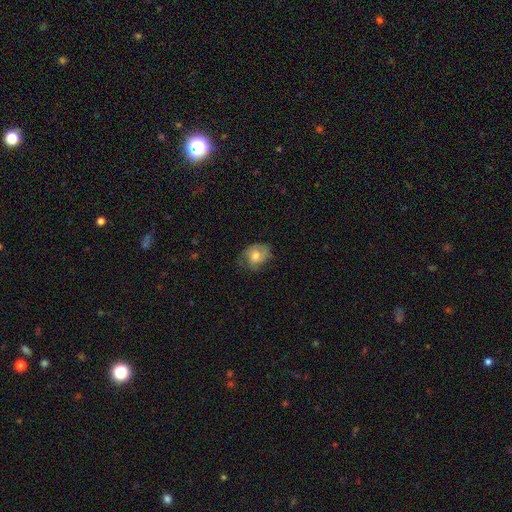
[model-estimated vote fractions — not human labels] A smooth galaxy with no disk features (58%) that is in between round and cigar-shaped (53%).

Vote fractions:
- Smooth or featured? smooth: 58% / featured or disk: 34% / star or artifact: 8%
- How rounded? in between: 53% / round: 46% / cigar-shaped: 1%
- Merging? none: 56% / minor disturbance: 29% / major disturbance: 14% / merger: 1%